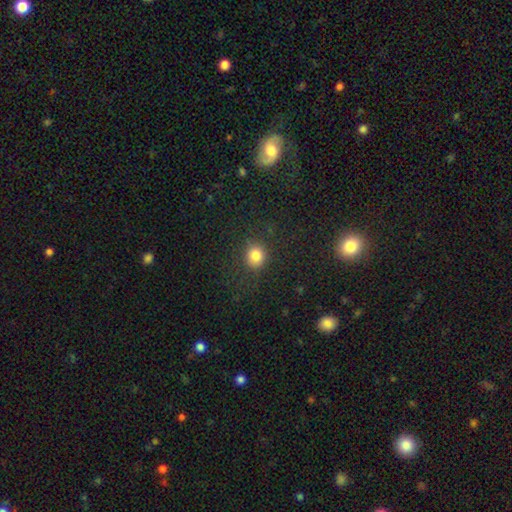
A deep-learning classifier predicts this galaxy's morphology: Overall: smooth (81%). How rounded: round (83%). Merging: none (86%).